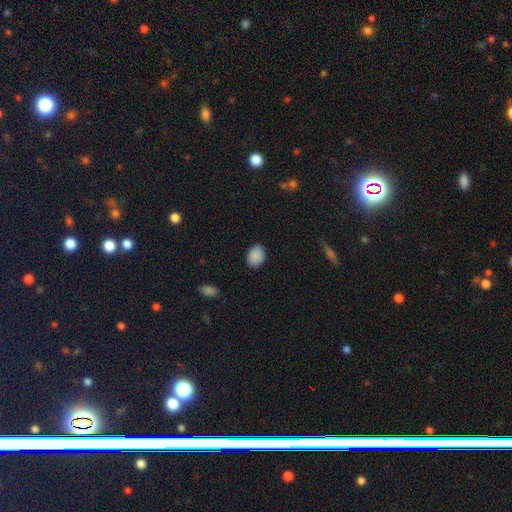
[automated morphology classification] Smooth or featured?
  - smooth: 89% *
  - star or artifact: 7%
  - featured or disk: 3%
How rounded?
  - in between: 72% *
  - round: 27%
  - cigar-shaped: 1%
Merging?
  - none: 87% *
  - minor disturbance: 10%
  - major disturbance: 2%
  - merger: 1%